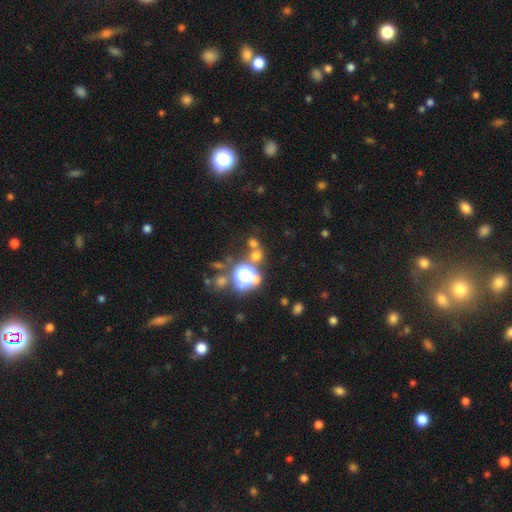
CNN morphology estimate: A smooth galaxy with no disk features (52%) that is round (85%). Merging: none (62%).